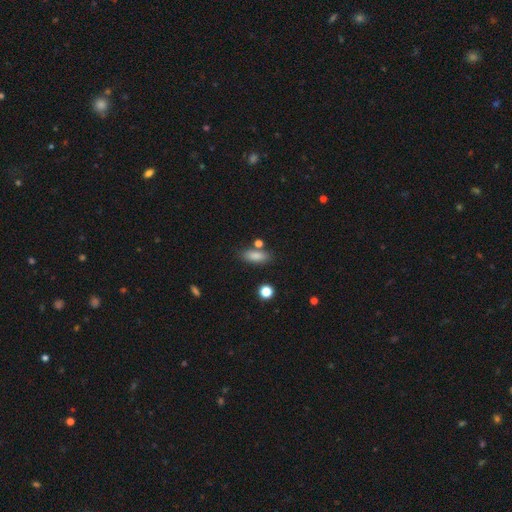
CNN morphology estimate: Q: Smooth or featured?
A: smooth (84%); runner-up: star or artifact (8%)
Q: How rounded?
A: in between (75%); runner-up: cigar-shaped (21%)
Q: Merging?
A: none (75%); runner-up: minor disturbance (12%)